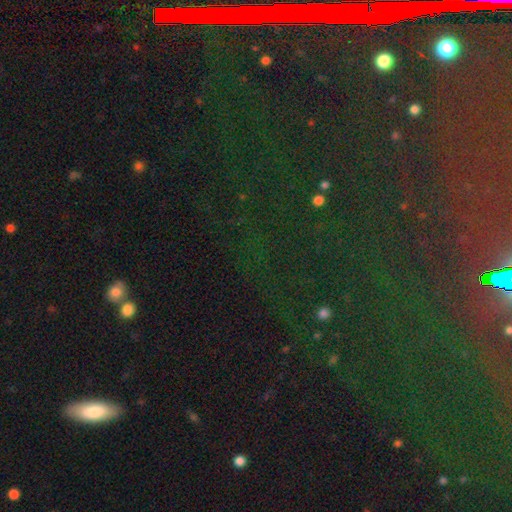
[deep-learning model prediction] This appears to be a star or artifact, not a galaxy (71%).